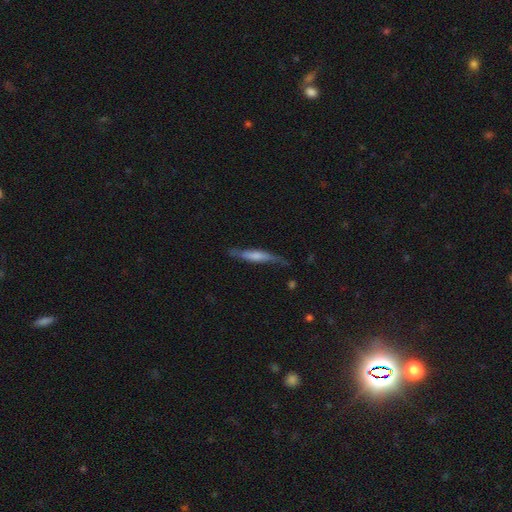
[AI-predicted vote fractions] This appears to be a smooth galaxy with no disk features (50%) that is cigar-shaped (90%). Merging: none (65%).